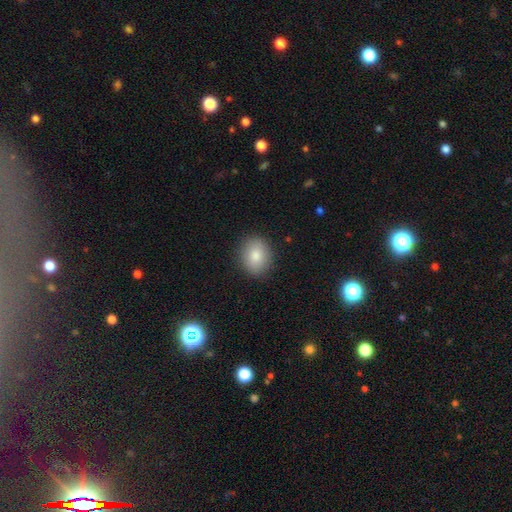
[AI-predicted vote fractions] Overall: smooth (85%). How rounded: in between (54%; round 45%). Merging: none (88%).